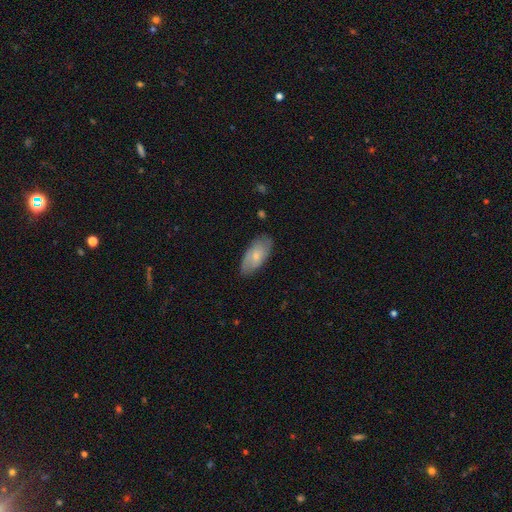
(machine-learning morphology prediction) Smooth or featured?
  - smooth: 59% *
  - featured or disk: 35%
  - star or artifact: 6%
How rounded?
  - in between: 91% *
  - cigar-shaped: 7%
  - round: 3%
Merging?
  - none: 77% *
  - minor disturbance: 19%
  - major disturbance: 3%
  - merger: 1%